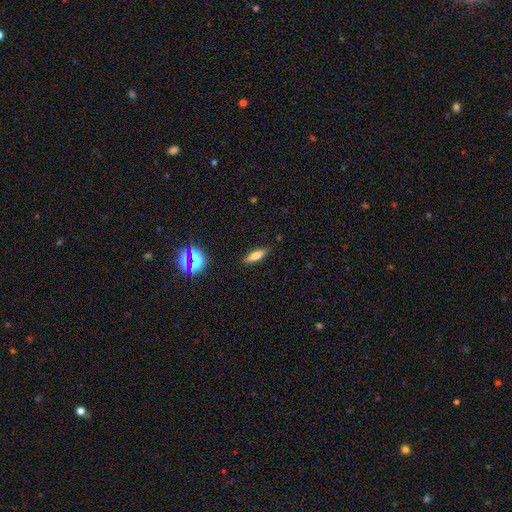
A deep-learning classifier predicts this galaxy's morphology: A smooth galaxy with no disk features (67%) that is cigar-shaped (56%).

Vote fractions:
- Smooth or featured? smooth: 67% / featured or disk: 22% / star or artifact: 12%
- How rounded? cigar-shaped: 56% / in between: 41% / round: 3%
- Merging? none: 87% / minor disturbance: 9% / major disturbance: 2% / merger: 2%